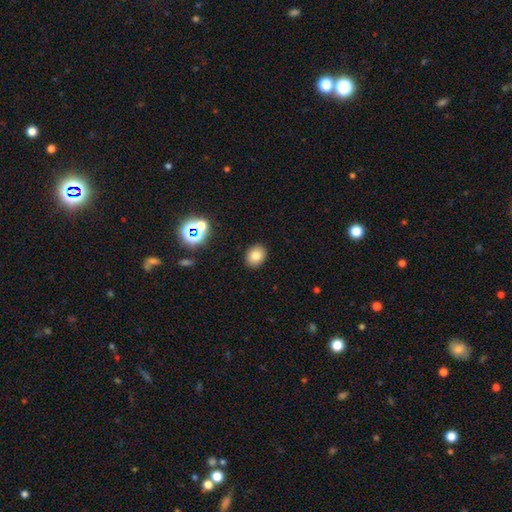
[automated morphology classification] Smooth or featured? Predicted: smooth (p=0.79). How rounded? Predicted: round (p=0.52). Merging? Predicted: none (p=0.90).